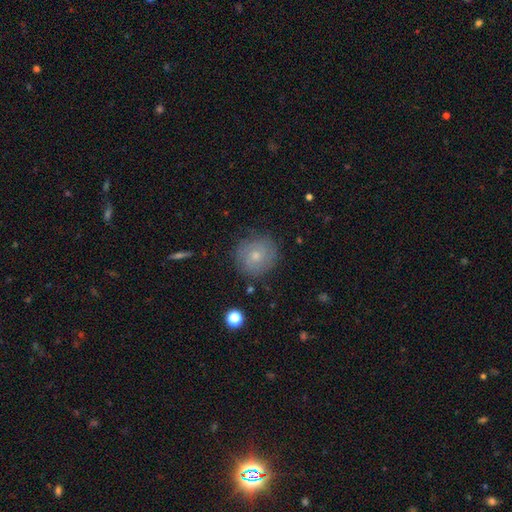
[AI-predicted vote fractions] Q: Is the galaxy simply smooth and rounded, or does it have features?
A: smooth — 54%.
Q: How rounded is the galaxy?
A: round — 90%.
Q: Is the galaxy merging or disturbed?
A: none — 81%.